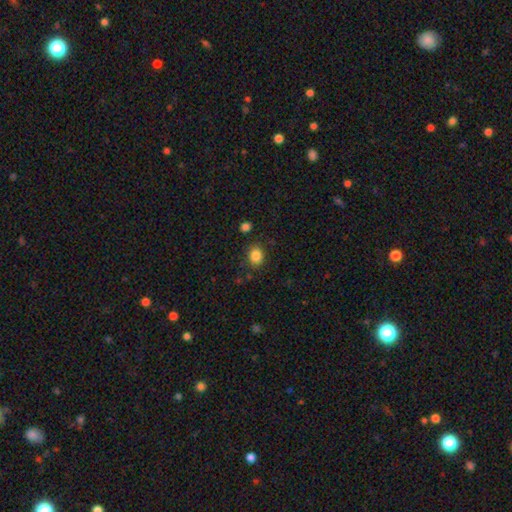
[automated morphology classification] This is clearly a smooth galaxy (85%). How rounded: possibly round (53%). Merging: clearly none (83%).